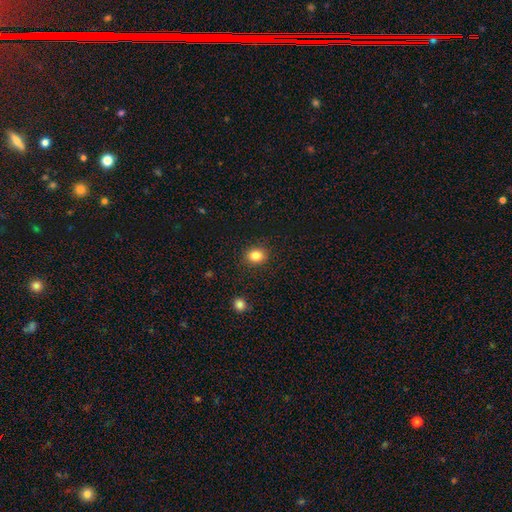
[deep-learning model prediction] Smooth or featured? Predicted: smooth (p=0.85). How rounded? Predicted: round (p=0.52). Merging? Predicted: none (p=0.87).